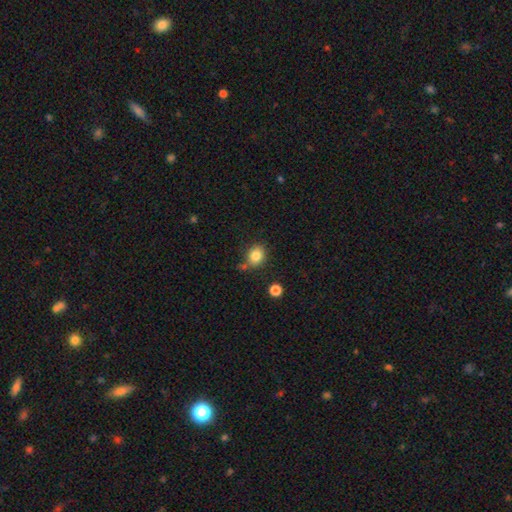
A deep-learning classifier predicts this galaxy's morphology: Smooth or featured? smooth (83%)
How rounded? round (65%)
Merging? none (72%)